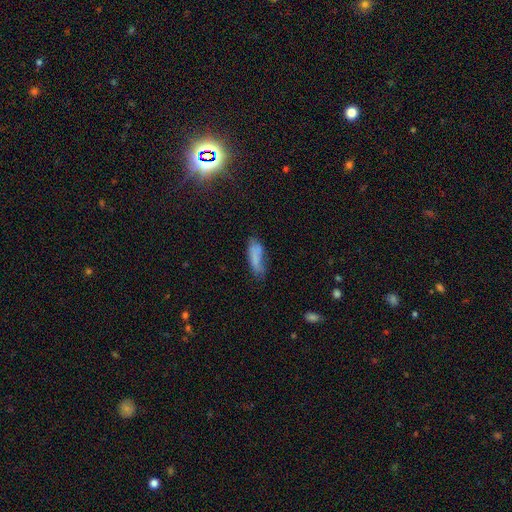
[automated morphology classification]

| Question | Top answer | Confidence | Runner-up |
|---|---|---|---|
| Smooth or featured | smooth | 72% | featured or disk (18%) |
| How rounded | in between | 55% | cigar-shaped (43%) |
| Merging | none | 48% | minor disturbance (31%) |